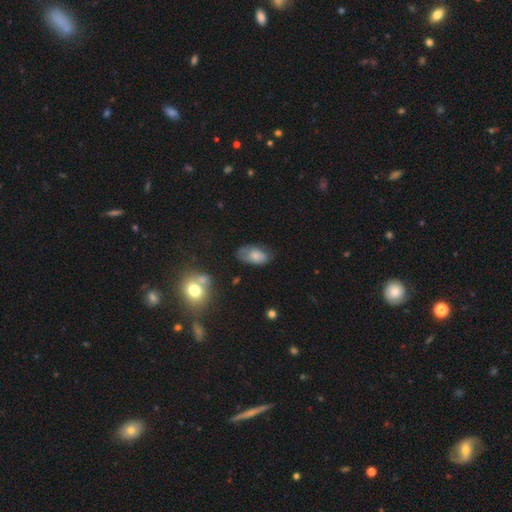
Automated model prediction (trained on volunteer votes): Overall: smooth (71%). How rounded: in between (92%). Merging: none (54%; minor disturbance 31%).